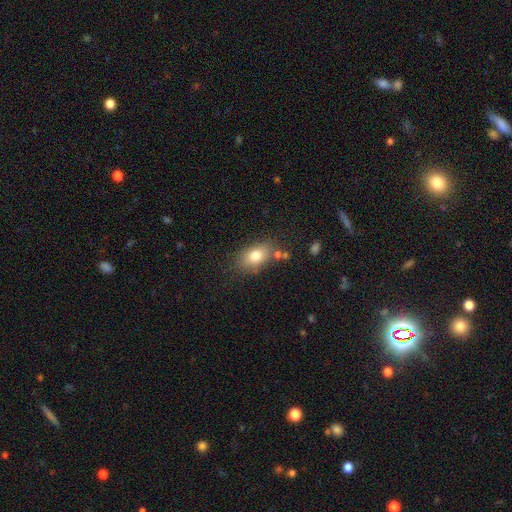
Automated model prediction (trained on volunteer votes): This is likely a smooth galaxy (77%). How rounded: clearly in between (81%). Merging: likely none (73%).